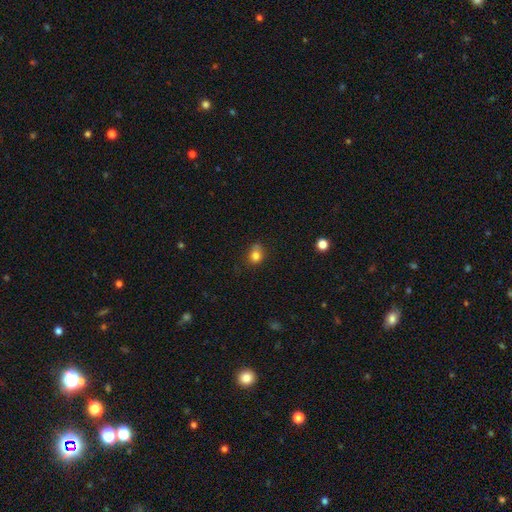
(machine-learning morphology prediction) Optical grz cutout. It shows a smooth galaxy with no disk features (80%) that is round (61%). Merging: none (58%).